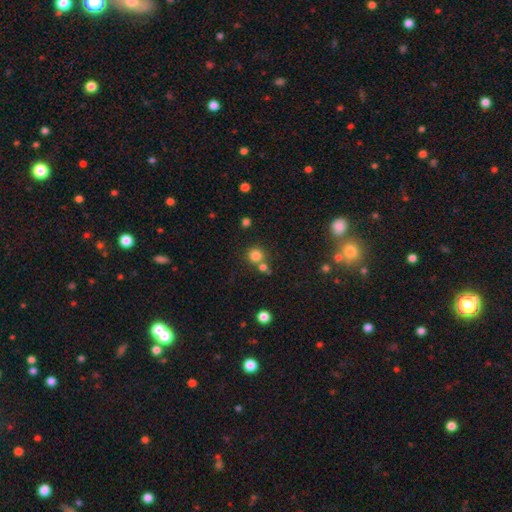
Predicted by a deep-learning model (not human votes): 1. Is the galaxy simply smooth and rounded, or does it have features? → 80% smooth, 14% star or artifact, 6% featured or disk.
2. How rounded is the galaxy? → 91% round, 8% in between, 1% cigar-shaped.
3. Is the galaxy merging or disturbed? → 64% none, 24% merger, 8% minor disturbance, 3% major disturbance.